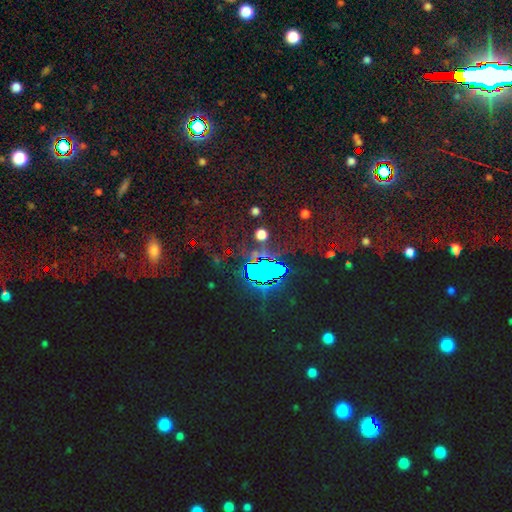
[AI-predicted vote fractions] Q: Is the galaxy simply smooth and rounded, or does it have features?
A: star or artifact — 74%.